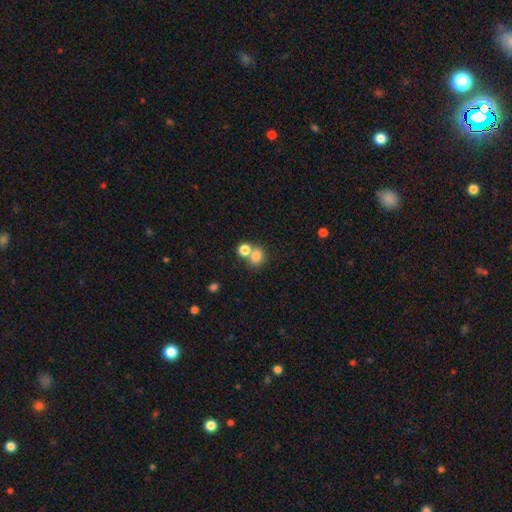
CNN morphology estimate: A smooth galaxy with no disk features (79%) that is round (71%). Merging: merger (45%).